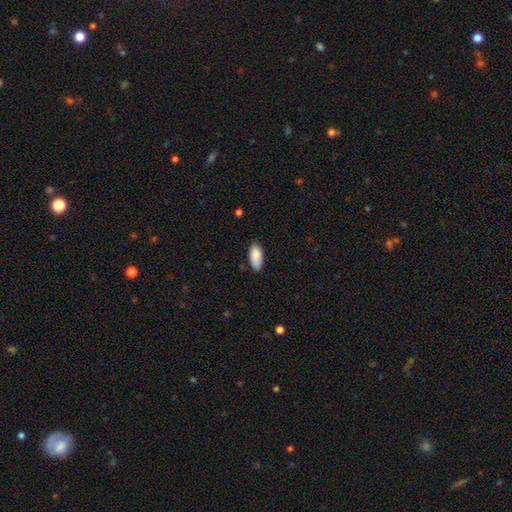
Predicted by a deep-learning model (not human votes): Q: Smooth or featured?
A: smooth (88%); runner-up: star or artifact (7%)
Q: How rounded?
A: in between (90%); runner-up: cigar-shaped (8%)
Q: Merging?
A: none (78%); runner-up: minor disturbance (18%)